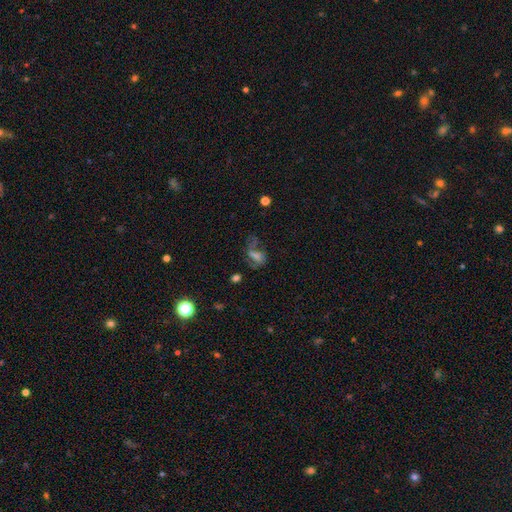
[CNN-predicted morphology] A featured or disk galaxy (46%).

Vote fractions:
- Smooth or featured? featured or disk: 46% / smooth: 29% / star or artifact: 25%
- Merging? none: 40% / major disturbance: 34% / minor disturbance: 18% / merger: 8%